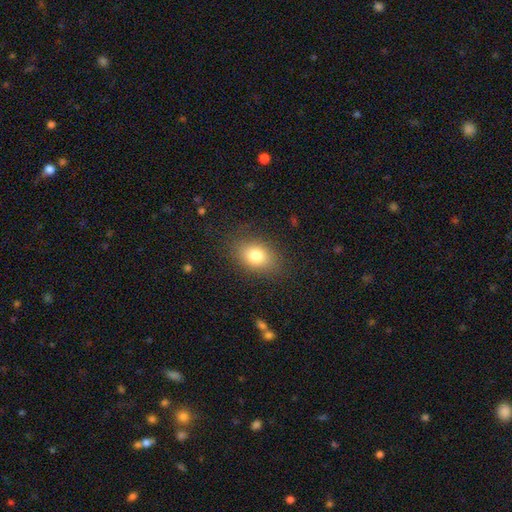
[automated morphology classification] The model was most divided on "how rounded": in between: 74%, round: 24%, cigar-shaped: 1%. More confident: merging — none (82%); smooth or featured — smooth (80%).